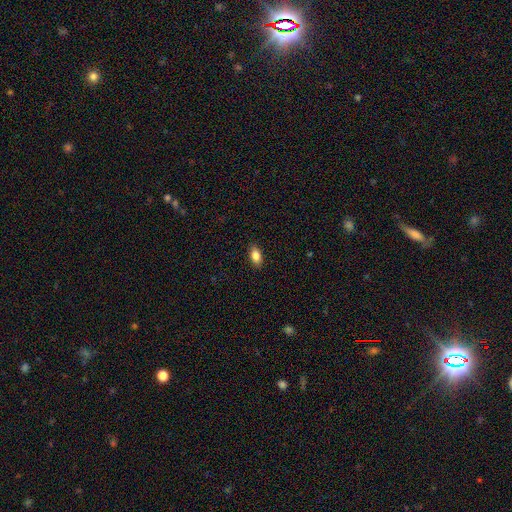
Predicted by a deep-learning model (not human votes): Morphology: type=smooth (85%); roundness=in between (89%); merging=none (89%).